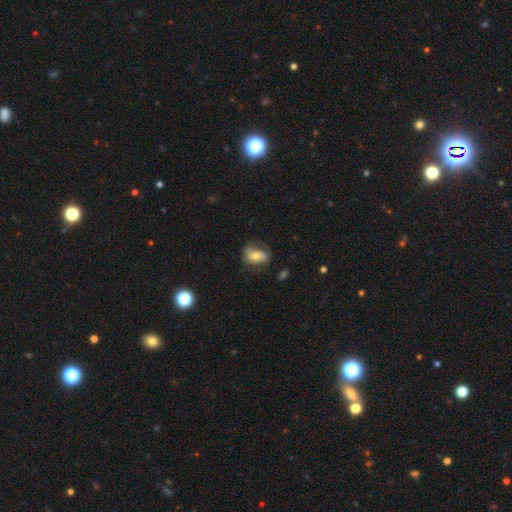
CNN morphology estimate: This is possibly a smooth galaxy (58%). How rounded: likely in between (78%). Merging: possibly none (53%).